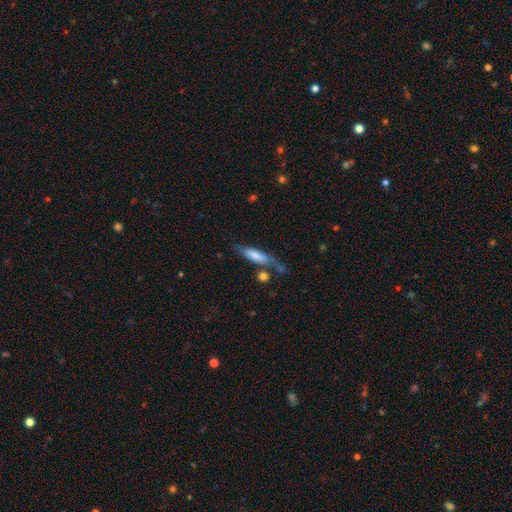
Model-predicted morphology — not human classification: Smooth or featured? Predicted: smooth (p=0.63). How rounded? Predicted: cigar-shaped (p=0.68). Merging? Predicted: none (p=0.49).